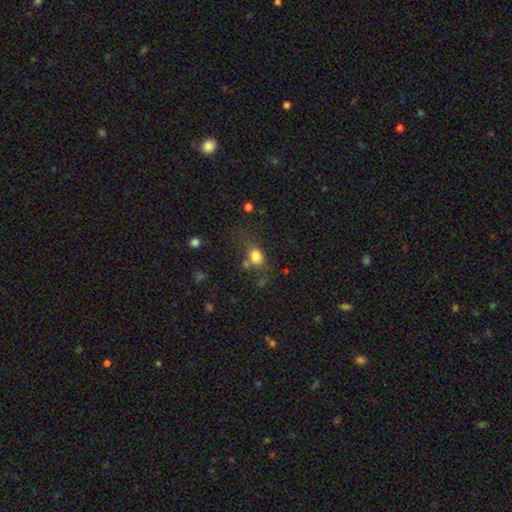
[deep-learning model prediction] smooth-or-featured: smooth: 80% | star or artifact: 12% | featured or disk: 9%
  how-rounded: in between: 55% | round: 44% | cigar-shaped: 2%
  merging: none: 54% | minor disturbance: 21% | merger: 13% | major disturbance: 13%